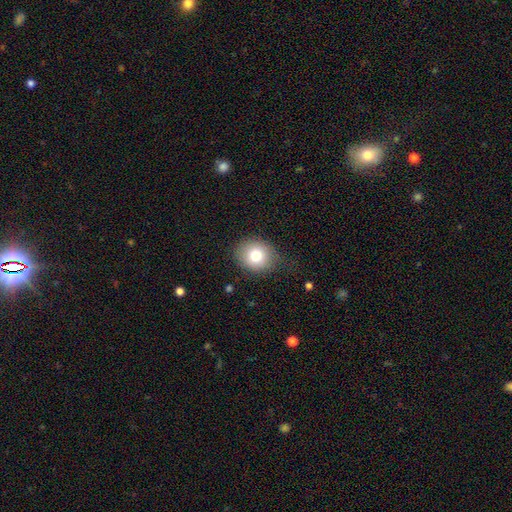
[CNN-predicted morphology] A smooth galaxy with no disk features (78%) that is round (75%). Merging: none (76%).